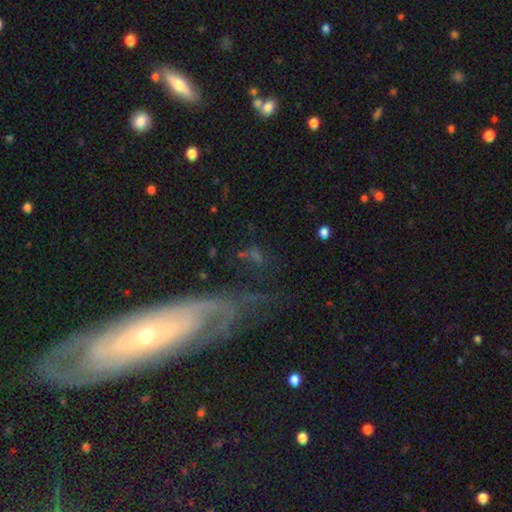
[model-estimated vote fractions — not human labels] Smooth or featured?
  - featured or disk: 48% *
  - smooth: 30%
  - star or artifact: 22%
Merging?
  - none: 53% *
  - major disturbance: 20%
  - minor disturbance: 17%
  - merger: 9%